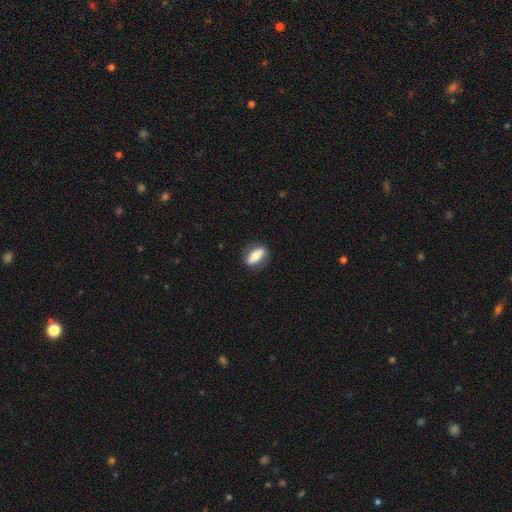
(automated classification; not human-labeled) Smooth or featured: smooth — 69% (featured or disk — 25%)
How rounded: in between — 77% (cigar-shaped — 16%)
Merging: none — 80% (minor disturbance — 14%)